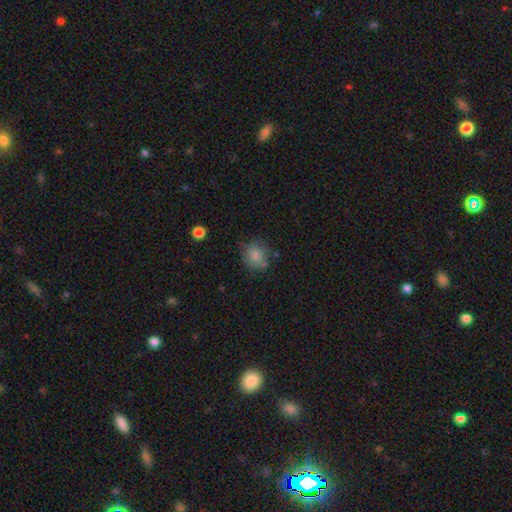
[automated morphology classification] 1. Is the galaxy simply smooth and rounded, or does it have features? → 79% smooth, 11% featured or disk, 10% star or artifact.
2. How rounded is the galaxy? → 75% round, 24% in between, 1% cigar-shaped.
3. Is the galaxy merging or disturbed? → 63% none, 25% minor disturbance, 9% major disturbance, 4% merger.